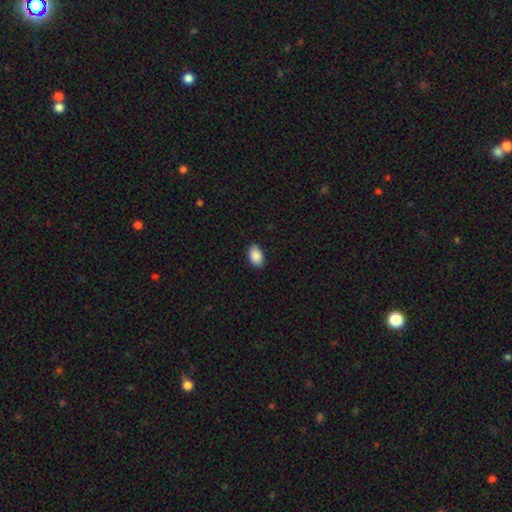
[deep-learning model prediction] smooth 90%, star or artifact 7%, featured or disk 3%. Down the decision tree: how rounded — in between (92%); merging — none (88%).